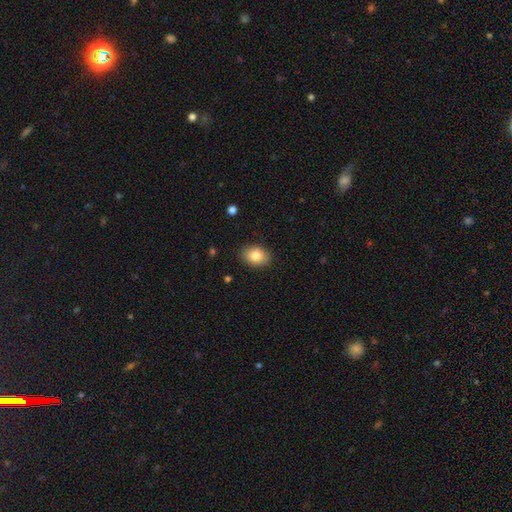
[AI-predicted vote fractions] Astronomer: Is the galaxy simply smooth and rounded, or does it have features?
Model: smooth — 84%.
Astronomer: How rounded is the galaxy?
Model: in between — 78%.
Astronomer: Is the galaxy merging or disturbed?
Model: none — 88%.